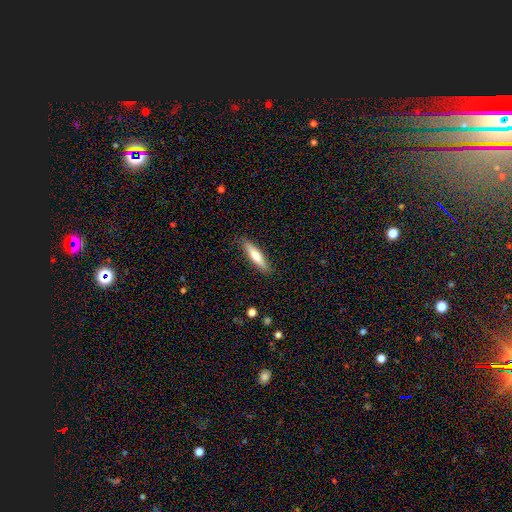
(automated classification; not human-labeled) Overall: smooth (69%). How rounded: cigar-shaped (79%). Merging: none (87%).